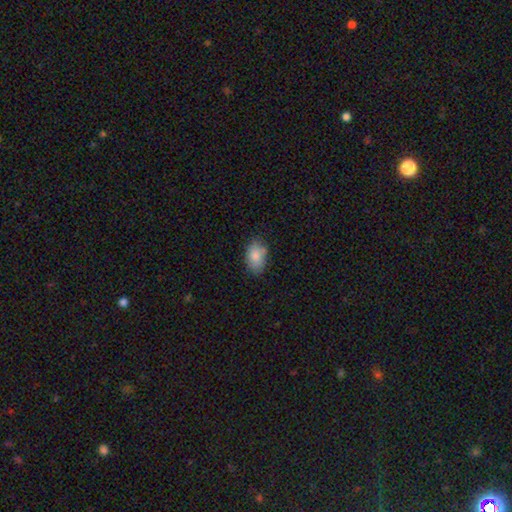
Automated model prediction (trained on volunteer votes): Smooth or featured: smooth — 84% (featured or disk — 9%)
How rounded: in between — 90% (round — 9%)
Merging: none — 71% (minor disturbance — 21%)